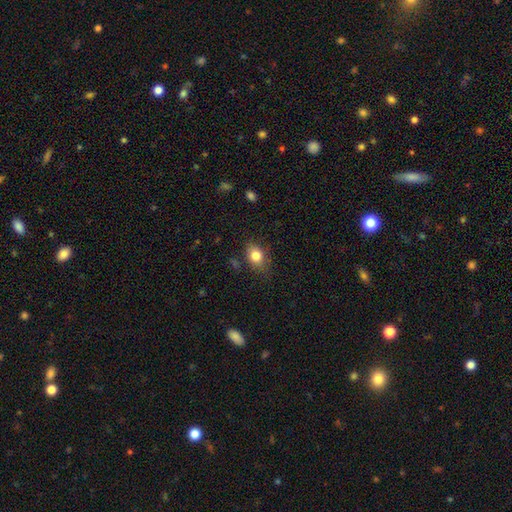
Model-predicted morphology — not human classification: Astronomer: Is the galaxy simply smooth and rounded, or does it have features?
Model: smooth — 81%.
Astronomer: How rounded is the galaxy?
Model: in between — 66%.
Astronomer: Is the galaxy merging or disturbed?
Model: none — 73%.